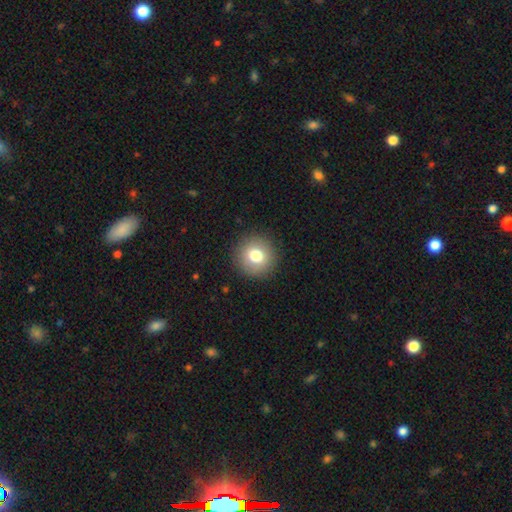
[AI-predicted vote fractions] Overall: smooth (78%). How rounded: round (95%). Merging: none (91%).